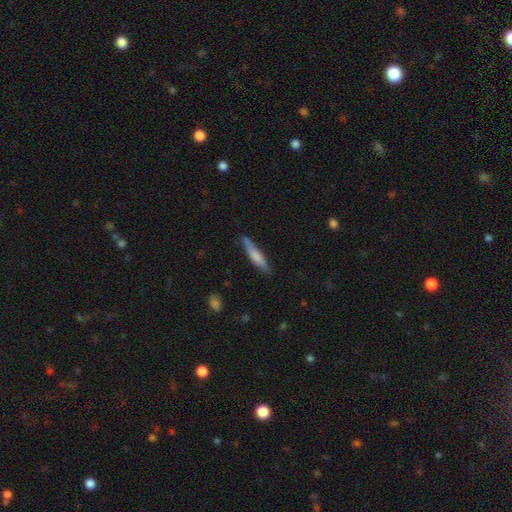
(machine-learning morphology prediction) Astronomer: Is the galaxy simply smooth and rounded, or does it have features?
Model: smooth — 65%.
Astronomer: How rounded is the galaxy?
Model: cigar-shaped — 88%.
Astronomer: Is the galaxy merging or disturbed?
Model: none — 79%.